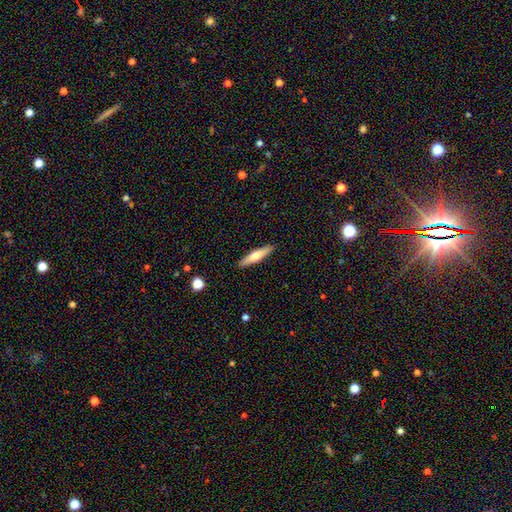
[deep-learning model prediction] Smooth or featured?
  - smooth: 53% *
  - featured or disk: 42%
  - star or artifact: 6%
How rounded?
  - cigar-shaped: 82% *
  - in between: 17%
  - round: 2%
Merging?
  - none: 91% *
  - minor disturbance: 7%
  - major disturbance: 1%
  - merger: 1%